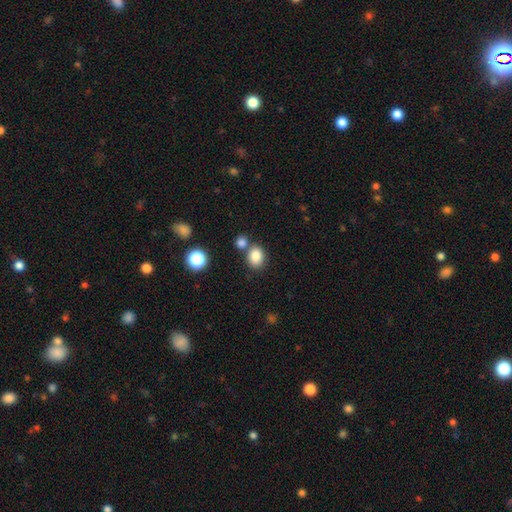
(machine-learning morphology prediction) The model was most divided on "how rounded": round: 53%, in between: 46%, cigar-shaped: 1%. More confident: smooth or featured — smooth (84%); merging — none (64%).